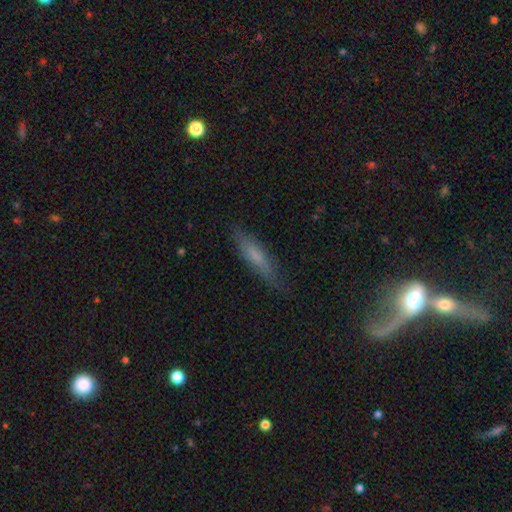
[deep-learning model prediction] This appears to be a smooth galaxy with no disk features (64%) that is cigar-shaped (78%). Merging: none (78%).